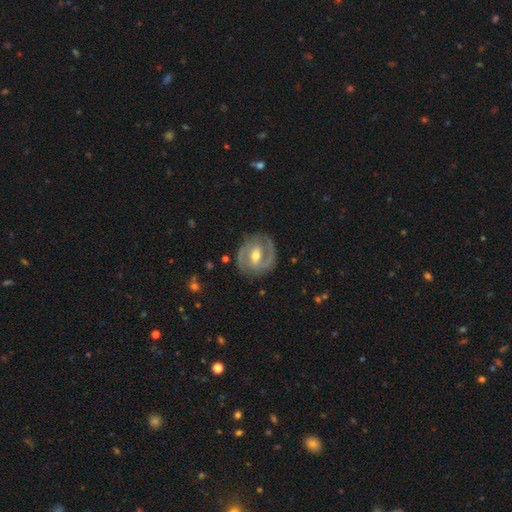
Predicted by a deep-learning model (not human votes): This appears to be a featured or disk galaxy (85%) with a weak bar (45%), 2 (89%) medium (50%) spiral arms (92%) and a moderate central bulge (71%). Merging: none (83%).